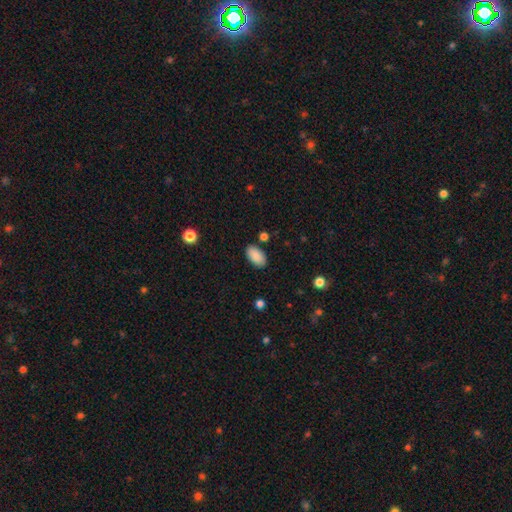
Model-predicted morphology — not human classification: Smooth or featured? Predicted: smooth (p=0.89). How rounded? Predicted: in between (p=0.95). Merging? Predicted: none (p=0.86).